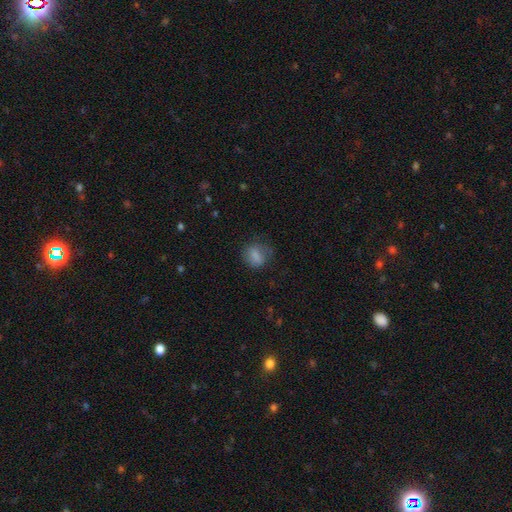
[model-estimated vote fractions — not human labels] Q: Smooth or featured?
A: smooth (78%); runner-up: featured or disk (12%)
Q: How rounded?
A: in between (50%); runner-up: round (47%)
Q: Merging?
A: none (68%); runner-up: minor disturbance (21%)